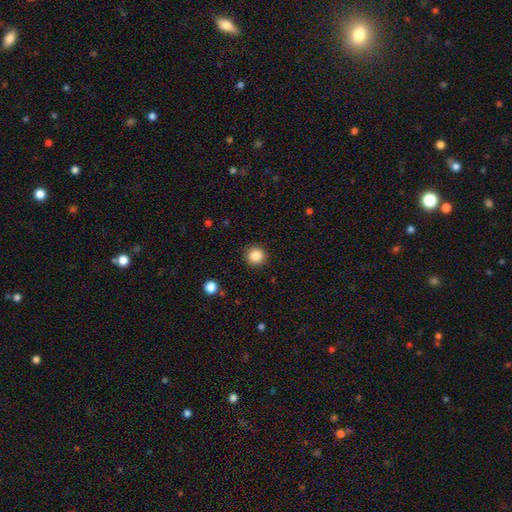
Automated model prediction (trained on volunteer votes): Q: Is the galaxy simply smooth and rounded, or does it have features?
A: smooth — 86%.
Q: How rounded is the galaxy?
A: round — 94%.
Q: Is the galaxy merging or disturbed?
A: none — 91%.